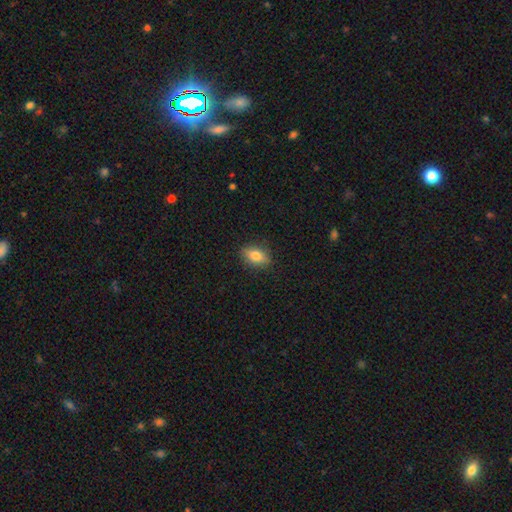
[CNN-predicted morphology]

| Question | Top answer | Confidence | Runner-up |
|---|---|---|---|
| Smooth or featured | smooth | 80% | featured or disk (12%) |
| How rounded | in between | 82% | round (13%) |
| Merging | none | 86% | minor disturbance (11%) |